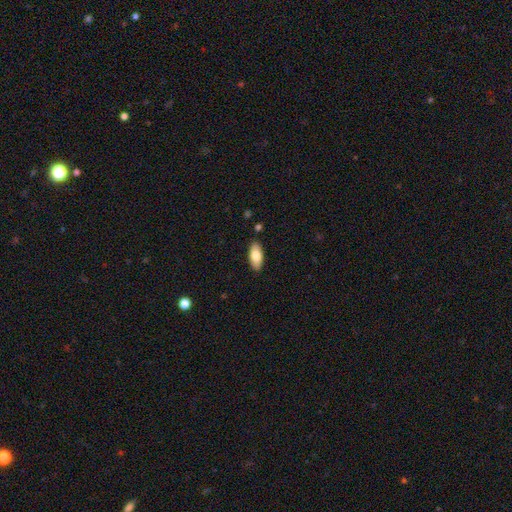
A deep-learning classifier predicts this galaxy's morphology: smooth_or_featured: smooth (p=0.80) [alt: featured or disk p=0.14]
how_rounded: in between (p=0.88) [alt: cigar-shaped p=0.10]
merging: none (p=0.88) [alt: minor disturbance p=0.09]